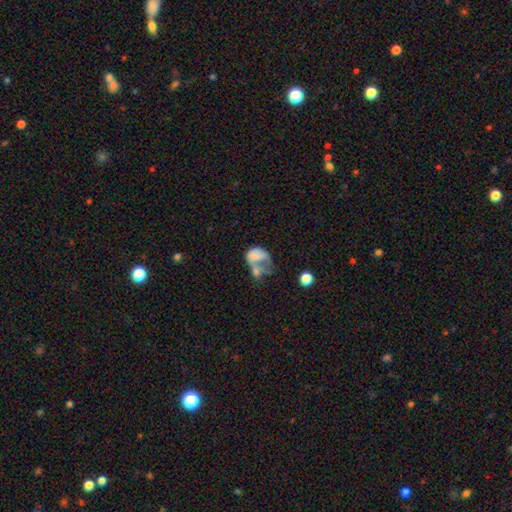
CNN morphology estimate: This appears to be a smooth galaxy with no disk features (57%) that is in between round and cigar-shaped (74%). Merging: merger (45%).